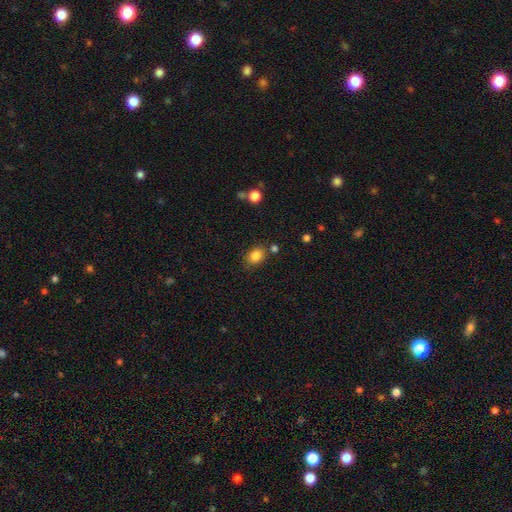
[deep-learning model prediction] This appears to be a smooth galaxy with no disk features (84%) that is in between round and cigar-shaped (66%). Merging: none (76%).